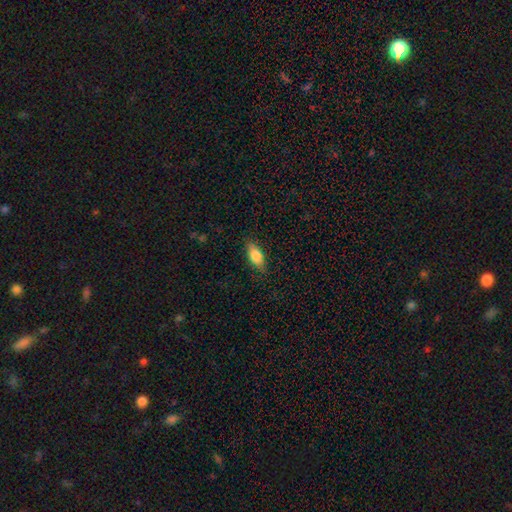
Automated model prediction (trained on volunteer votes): Smooth or featured? smooth (80%)
How rounded? in between (83%)
Merging? none (83%)